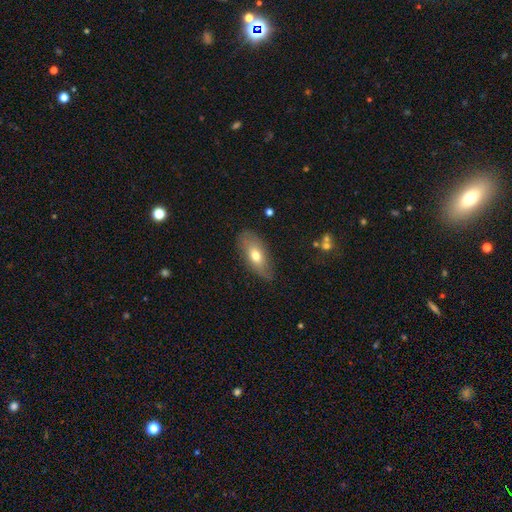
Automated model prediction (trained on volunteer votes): smooth-or-featured: smooth: 63% | featured or disk: 29% | star or artifact: 7%
  how-rounded: in between: 84% | cigar-shaped: 12% | round: 4%
  merging: none: 73% | minor disturbance: 21% | major disturbance: 5% | merger: 1%